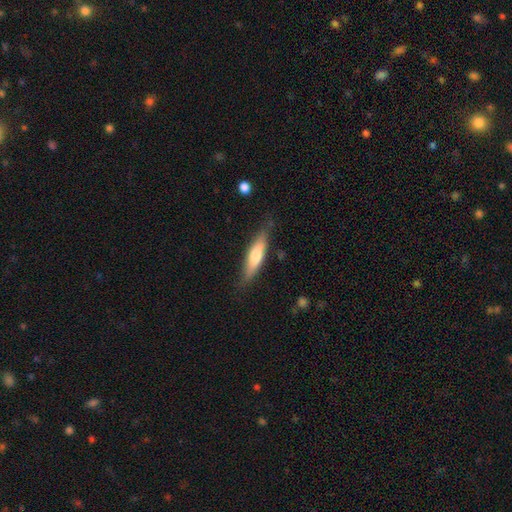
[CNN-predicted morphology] The model was most divided on "smooth or featured": smooth: 62%, featured or disk: 33%, star or artifact: 5%. More confident: merging — none (78%); how rounded — cigar-shaped (71%).